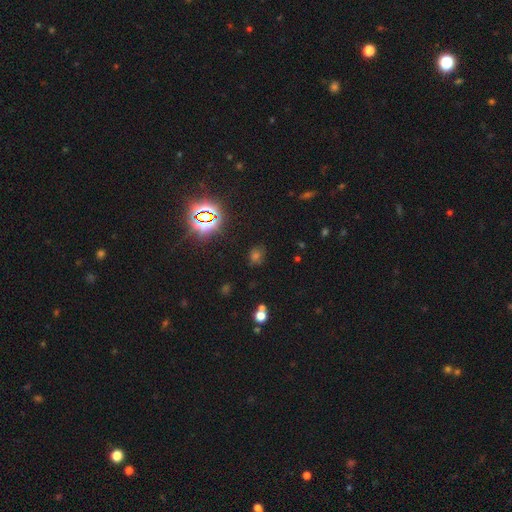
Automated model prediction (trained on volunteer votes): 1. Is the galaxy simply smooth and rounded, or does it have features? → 54% star or artifact, 38% smooth, 8% featured or disk.